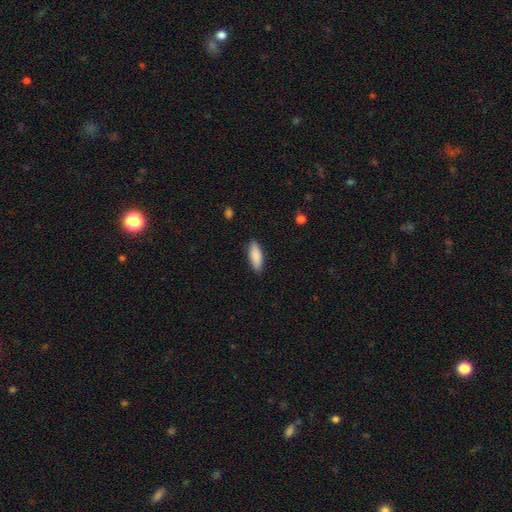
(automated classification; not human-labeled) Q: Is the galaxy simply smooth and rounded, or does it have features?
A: smooth — 87%.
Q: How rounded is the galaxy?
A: in between — 60%.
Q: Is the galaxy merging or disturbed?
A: none — 88%.